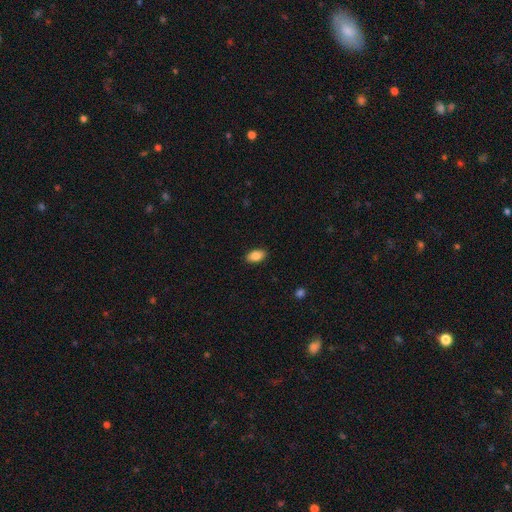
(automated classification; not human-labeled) Morphology: type=smooth (87%); roundness=in between (93%); merging=none (89%).